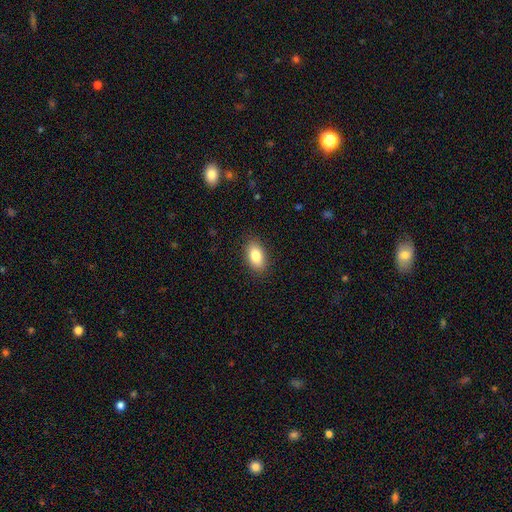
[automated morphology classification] Smooth or featured? smooth (83%)
How rounded? in between (91%)
Merging? none (88%)